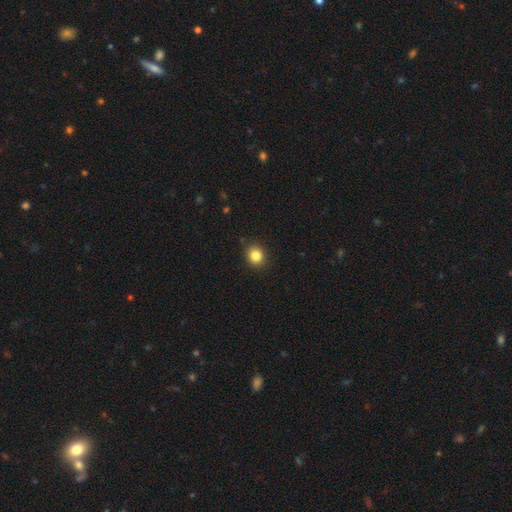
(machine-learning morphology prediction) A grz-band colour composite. It shows a smooth galaxy with no disk features (84%) that is round (76%). Merging: none (87%).